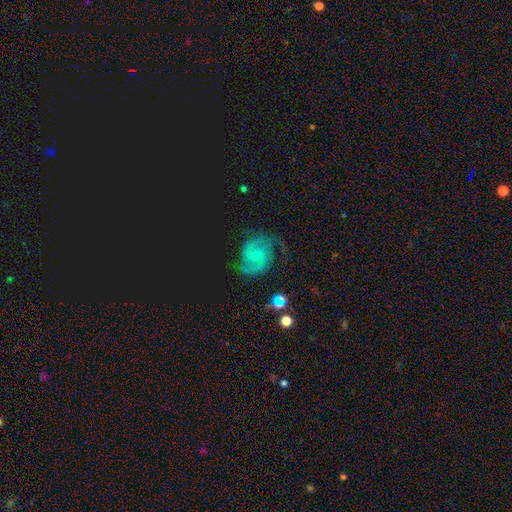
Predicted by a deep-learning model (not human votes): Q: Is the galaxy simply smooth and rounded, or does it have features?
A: featured or disk — 78%.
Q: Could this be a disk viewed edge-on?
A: no — 98%.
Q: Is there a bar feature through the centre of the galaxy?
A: no — 55%.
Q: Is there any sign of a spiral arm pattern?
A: yes — 95%.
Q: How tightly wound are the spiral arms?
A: medium — 54%.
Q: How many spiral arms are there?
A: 2 — 81%.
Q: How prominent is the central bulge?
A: small — 69%.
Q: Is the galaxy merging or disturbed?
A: none — 68%.